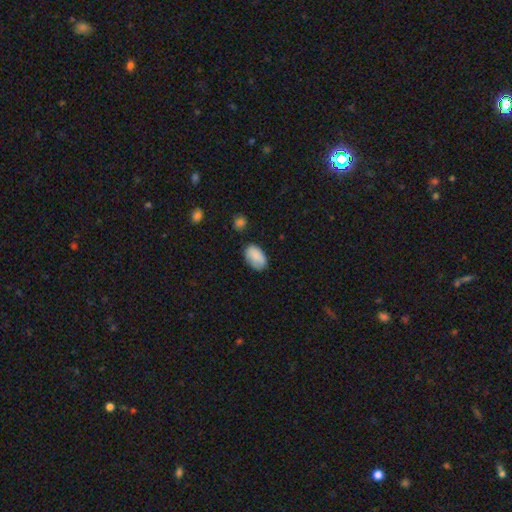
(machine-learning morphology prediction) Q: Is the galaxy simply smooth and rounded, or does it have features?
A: smooth — 86%.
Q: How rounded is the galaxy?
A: in between — 91%.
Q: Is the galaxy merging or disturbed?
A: none — 72%.